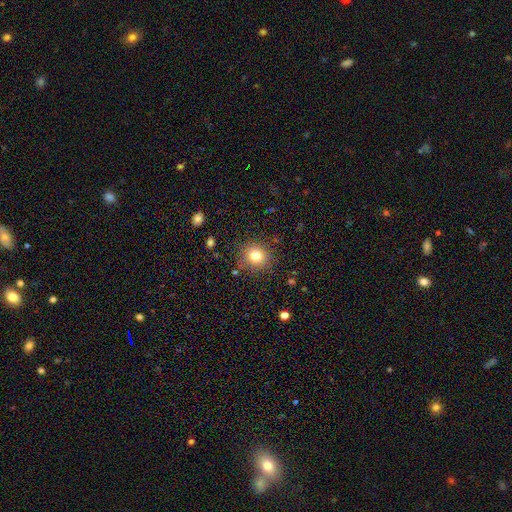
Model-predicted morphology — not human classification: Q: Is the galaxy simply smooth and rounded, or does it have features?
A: smooth — 79%.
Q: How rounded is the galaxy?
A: round — 86%.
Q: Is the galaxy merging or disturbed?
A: none — 86%.